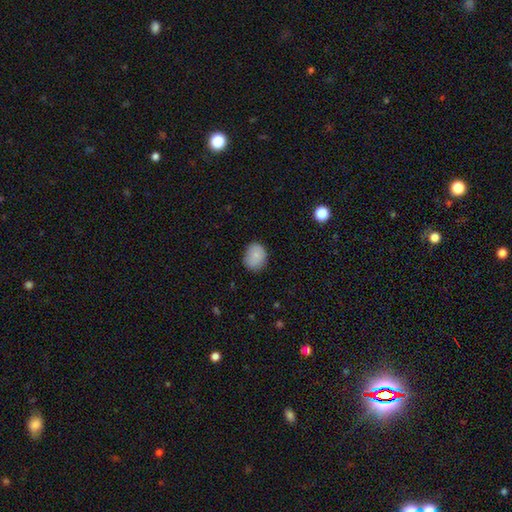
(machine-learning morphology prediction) A smooth galaxy with no disk features (84%) that is round (53%).

Vote fractions:
- Smooth or featured? smooth: 84% / star or artifact: 8% / featured or disk: 8%
- How rounded? round: 53% / in between: 46% / cigar-shaped: 1%
- Merging? none: 79% / minor disturbance: 16% / major disturbance: 3% / merger: 1%